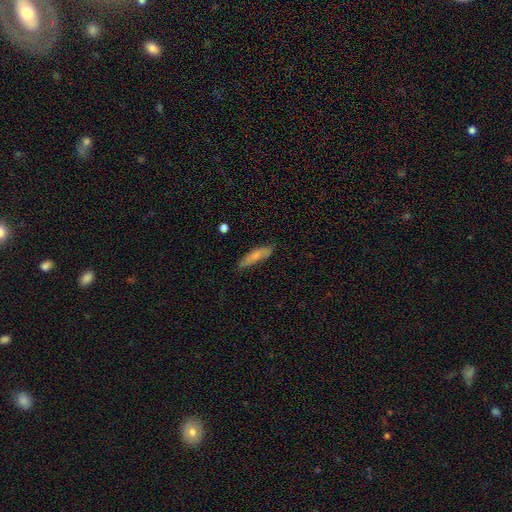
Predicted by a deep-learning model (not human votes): smooth-or-featured: smooth: 72% | featured or disk: 22% | star or artifact: 6%
  how-rounded: cigar-shaped: 74% | in between: 25% | round: 2%
  merging: none: 78% | minor disturbance: 17% | major disturbance: 3% | merger: 2%